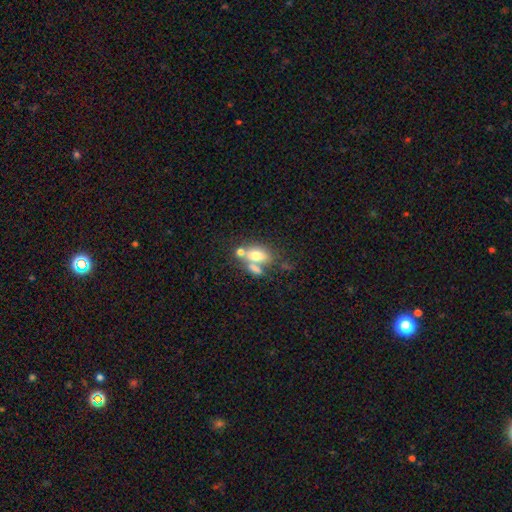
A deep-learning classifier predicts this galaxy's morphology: This is likely a smooth galaxy (68%). How rounded: likely in between (80%). Merging: marginally merger (44%).